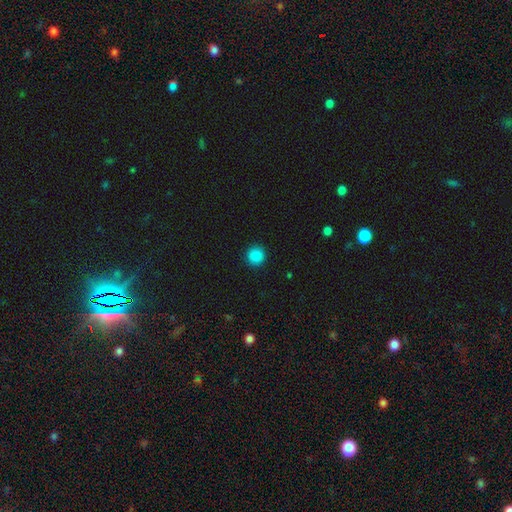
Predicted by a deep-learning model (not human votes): Smooth or featured? Predicted: smooth (p=0.88). How rounded? Predicted: round (p=0.93). Merging? Predicted: none (p=0.92).